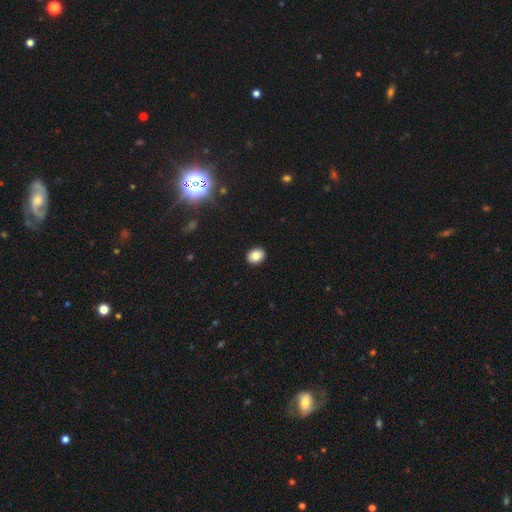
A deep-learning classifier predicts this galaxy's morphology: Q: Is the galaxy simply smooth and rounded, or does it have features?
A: smooth — 82%.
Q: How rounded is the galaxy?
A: in between — 54%.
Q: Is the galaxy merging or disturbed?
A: none — 91%.